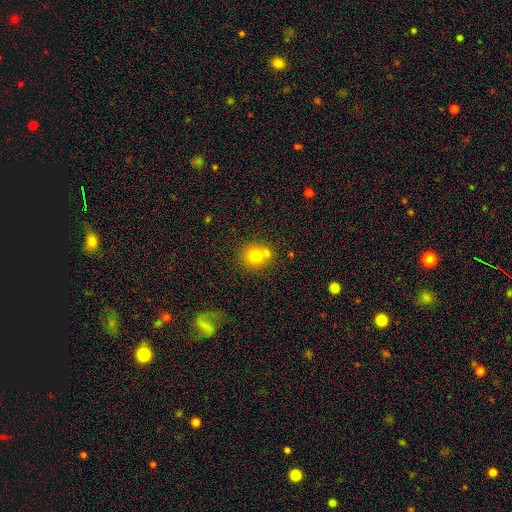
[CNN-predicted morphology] smooth-or-featured: smooth: 75% | featured or disk: 13% | star or artifact: 12%
  how-rounded: round: 84% | in between: 15% | cigar-shaped: 1%
  merging: none: 56% | merger: 30% | minor disturbance: 11% | major disturbance: 3%